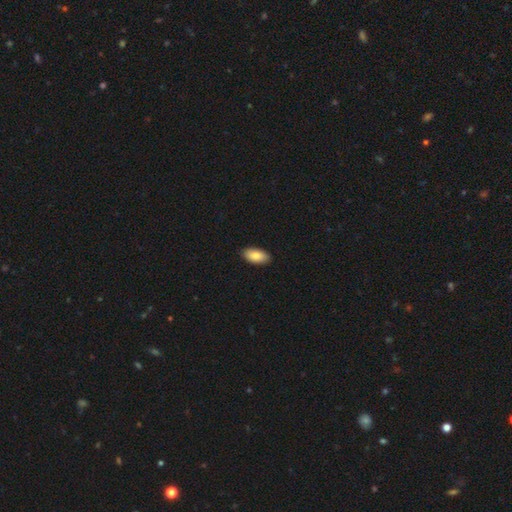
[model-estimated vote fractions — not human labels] Overall: smooth (86%). How rounded: in between (93%). Merging: none (89%).